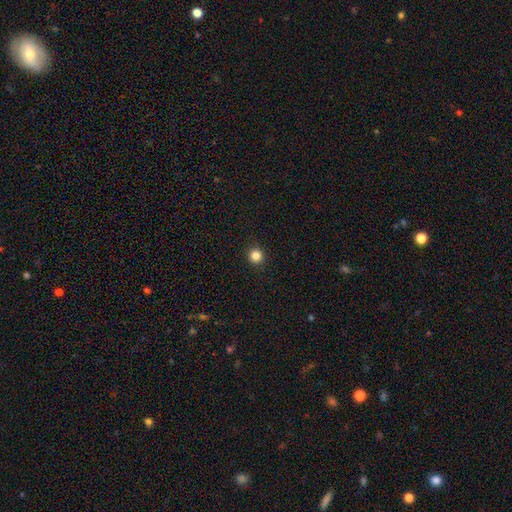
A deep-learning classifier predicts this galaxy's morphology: Smooth or featured?
  - smooth: 84% *
  - star or artifact: 12%
  - featured or disk: 4%
How rounded?
  - round: 96% *
  - in between: 3%
  - cigar-shaped: 1%
Merging?
  - none: 94% *
  - minor disturbance: 4%
  - major disturbance: 1%
  - merger: 1%